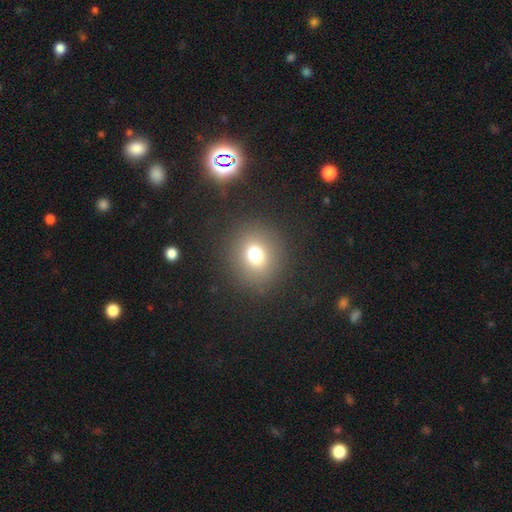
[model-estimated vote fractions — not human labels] Smooth or featured? smooth (72%)
How rounded? round (79%)
Merging? none (87%)